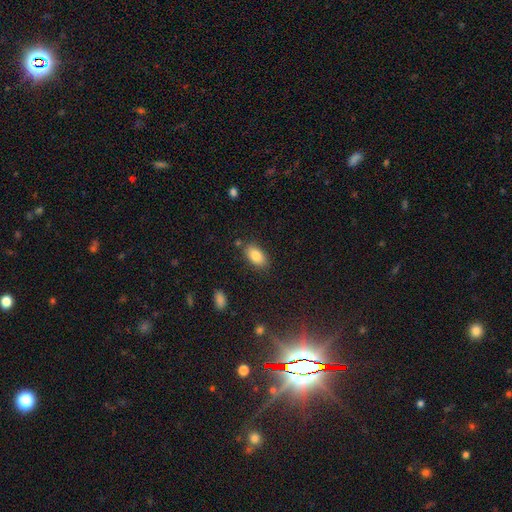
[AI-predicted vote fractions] This is clearly a smooth galaxy (85%). How rounded: clearly in between (92%). Merging: clearly none (81%).